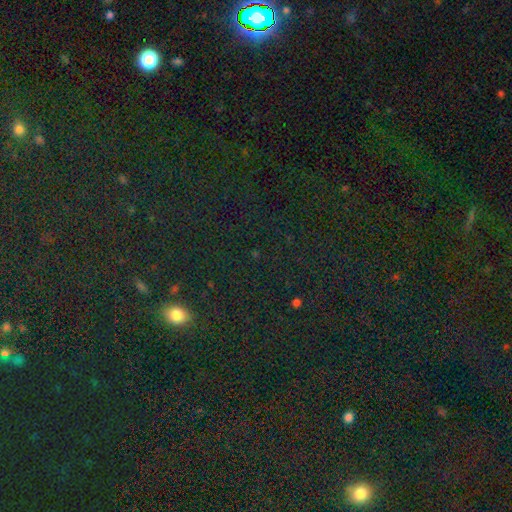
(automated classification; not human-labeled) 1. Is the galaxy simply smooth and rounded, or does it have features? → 69% star or artifact, 23% smooth, 8% featured or disk.